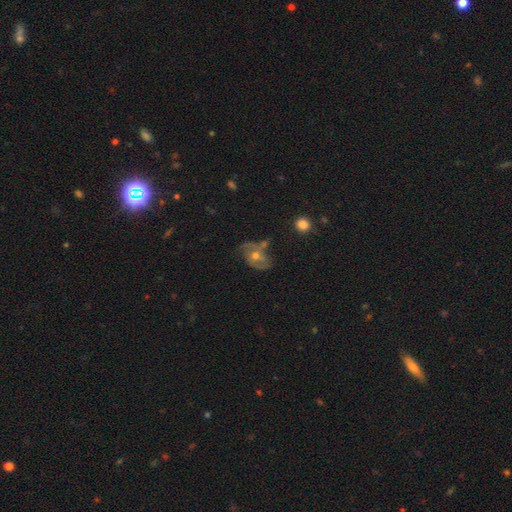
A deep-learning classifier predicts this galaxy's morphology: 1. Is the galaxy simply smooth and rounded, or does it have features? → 63% featured or disk, 29% smooth, 9% star or artifact.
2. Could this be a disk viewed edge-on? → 95% no, 5% yes.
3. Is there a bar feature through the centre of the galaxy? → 68% no, 25% weak, 7% strong.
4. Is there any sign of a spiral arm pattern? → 69% yes, 31% no.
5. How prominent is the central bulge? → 71% moderate, 21% small, 5% large, 2% none, 1% dominant.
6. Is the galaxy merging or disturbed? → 46% none, 26% minor disturbance, 15% major disturbance, 13% merger.